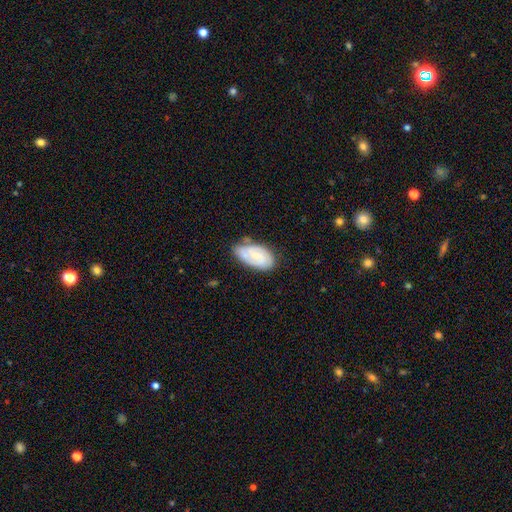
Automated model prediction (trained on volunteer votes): Morphology: type=featured or disk (54%); edge-on=no (95%); bar=no (58%); spiral arms=yes (80%); bulge=small (60%); merging=none (61%).